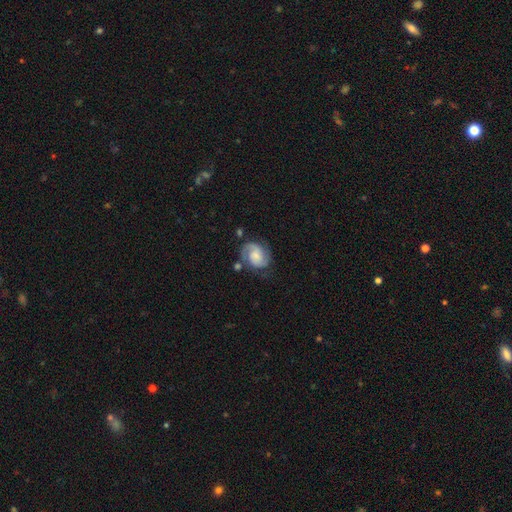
Smooth or featured? featured or disk (79%)
Edge-on disk? no (97%)
Bar? weak (53%)
Spiral arms? yes (93%)
Spiral winding? medium (57%)
Spiral arm count? 2 (82%)
Bulge size? none (33%)
Merging? none (72%)